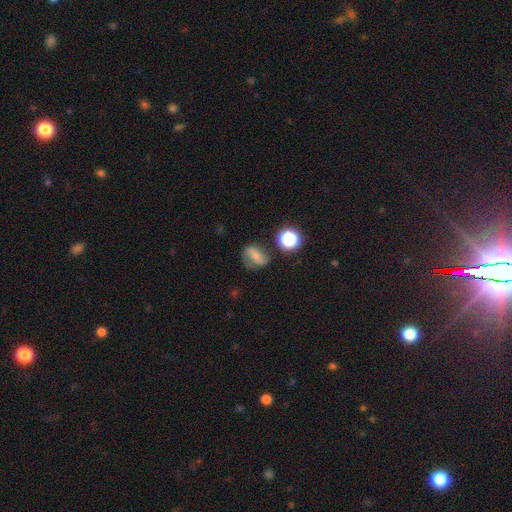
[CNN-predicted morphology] Smooth or featured? Predicted: smooth (p=0.45). Merging? Predicted: none (p=0.66).